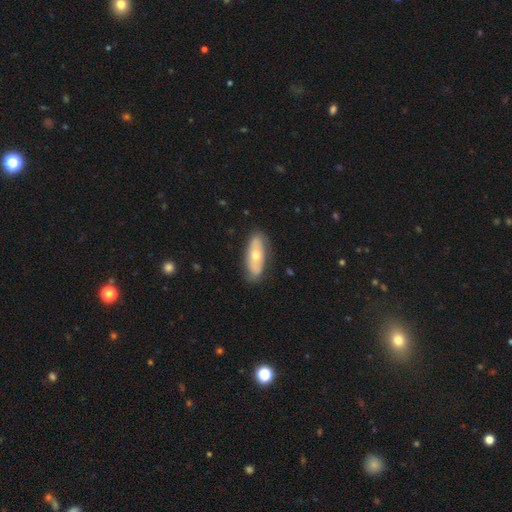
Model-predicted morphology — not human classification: smooth_or_featured: smooth (p=0.49) [alt: featured or disk p=0.46]
merging: none (p=0.83) [alt: minor disturbance p=0.13]